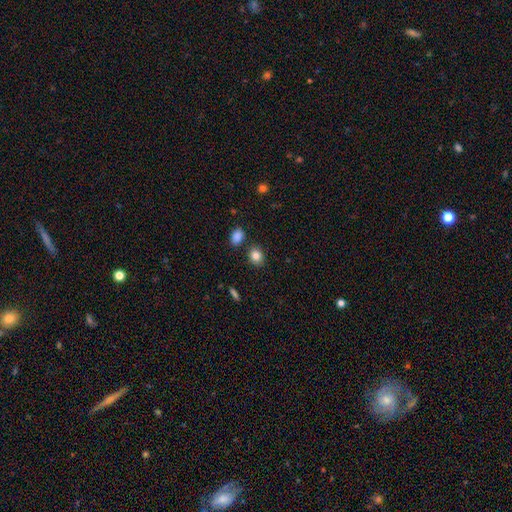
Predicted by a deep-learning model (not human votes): A smooth galaxy with no disk features (84%) that is round (59%).

Vote fractions:
- Smooth or featured? smooth: 84% / star or artifact: 10% / featured or disk: 6%
- How rounded? round: 59% / in between: 40% / cigar-shaped: 1%
- Merging? none: 83% / minor disturbance: 9% / merger: 6% / major disturbance: 2%